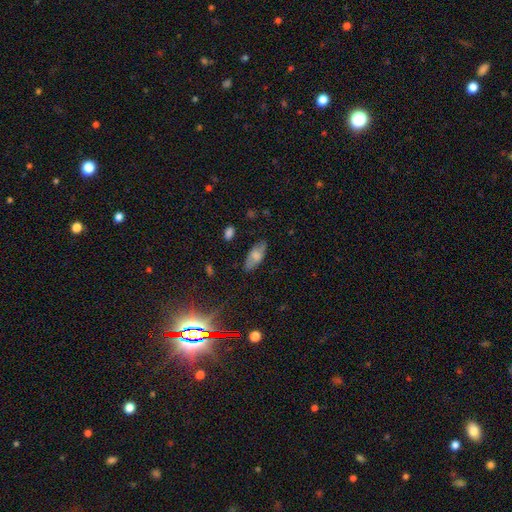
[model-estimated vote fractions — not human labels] Smooth or featured? smooth (69%)
How rounded? in between (84%)
Merging? none (78%)